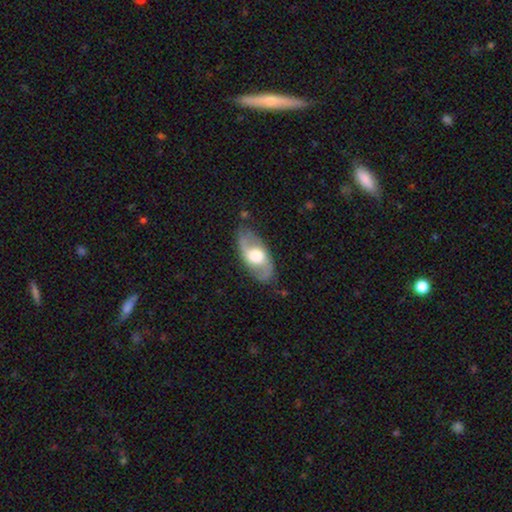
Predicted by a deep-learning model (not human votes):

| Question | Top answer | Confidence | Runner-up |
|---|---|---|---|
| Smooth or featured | featured or disk | 70% | smooth (24%) |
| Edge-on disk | no | 87% | yes (13%) |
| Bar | no | 58% | weak (32%) |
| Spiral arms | yes | 75% | no (25%) |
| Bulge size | large | 51% | moderate (37%) |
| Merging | none | 81% | minor disturbance (13%) |